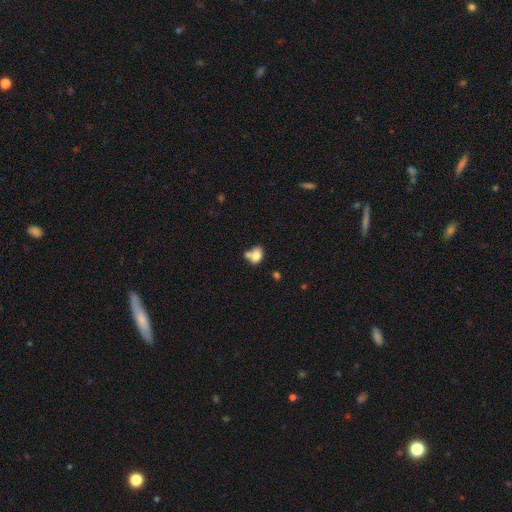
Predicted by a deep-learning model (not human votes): smooth_or_featured: smooth (p=0.78) [alt: featured or disk p=0.13]
how_rounded: in between (p=0.61) [alt: round p=0.38]
merging: merger (p=0.41) [alt: none p=0.35]